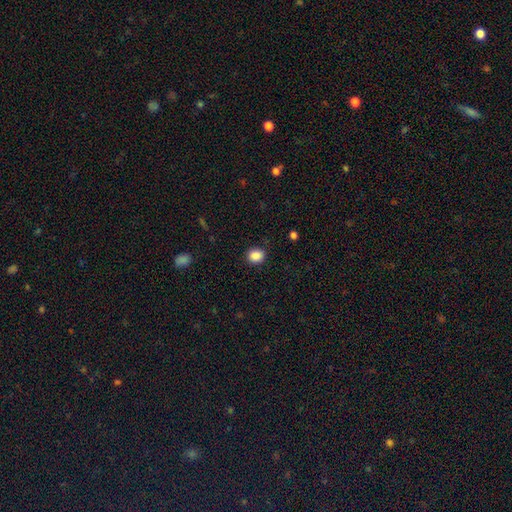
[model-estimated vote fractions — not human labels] smooth_or_featured: smooth (p=0.88) [alt: star or artifact p=0.09]
how_rounded: round (p=0.64) [alt: in between p=0.35]
merging: none (p=0.88) [alt: minor disturbance p=0.09]